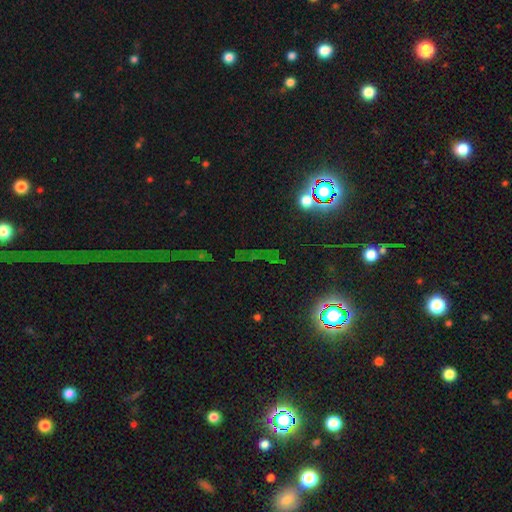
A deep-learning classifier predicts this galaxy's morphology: Smooth or featured: star or artifact — 70% (smooth — 16%)